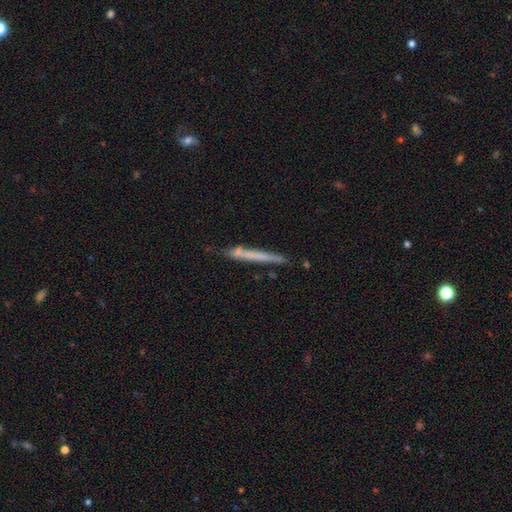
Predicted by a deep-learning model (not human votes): A smooth galaxy with no disk features (53%) that is cigar-shaped (96%).

Vote fractions:
- Smooth or featured? smooth: 53% / featured or disk: 41% / star or artifact: 6%
- How rounded? cigar-shaped: 96% / in between: 2% / round: 1%
- Merging? none: 74% / minor disturbance: 17% / merger: 5% / major disturbance: 3%